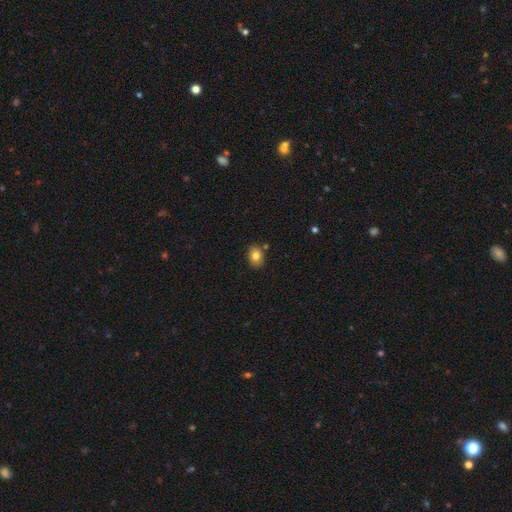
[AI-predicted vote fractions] Morphology: type=smooth (81%); roundness=in between (65%); merging=none (81%).